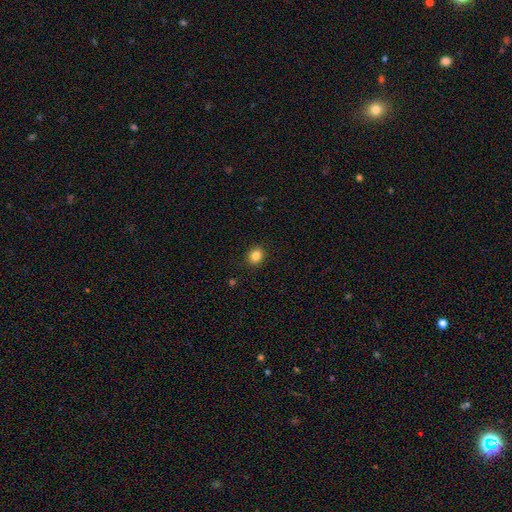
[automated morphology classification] A smooth galaxy with no disk features (85%) that is round (60%). Merging: none (89%).